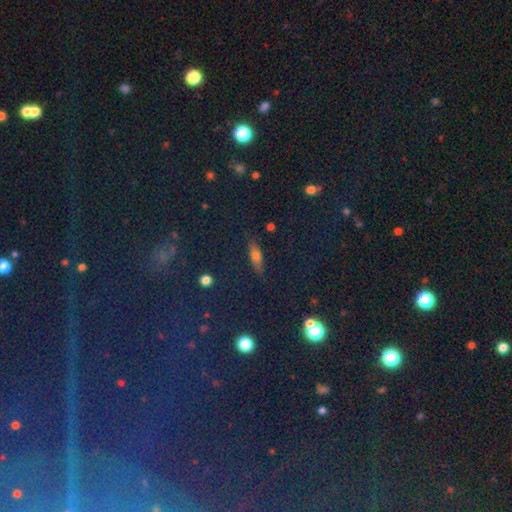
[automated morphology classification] smooth 62%, featured or disk 21%, star or artifact 16%. Down the decision tree: how rounded — in between (52%); merging — none (85%).